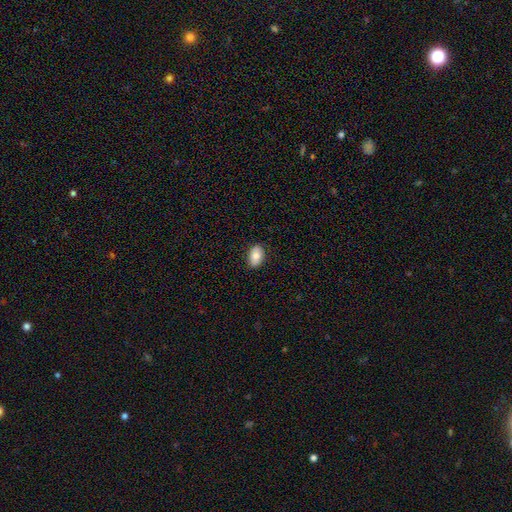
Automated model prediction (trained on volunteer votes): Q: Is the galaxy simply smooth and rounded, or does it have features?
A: smooth — 80%.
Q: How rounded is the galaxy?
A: in between — 90%.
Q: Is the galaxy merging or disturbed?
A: none — 87%.